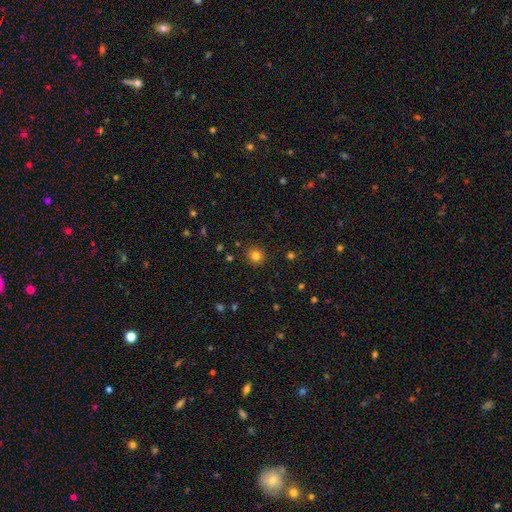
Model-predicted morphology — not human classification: Smooth or featured? Predicted: smooth (p=0.80). How rounded? Predicted: round (p=0.92). Merging? Predicted: none (p=0.91).